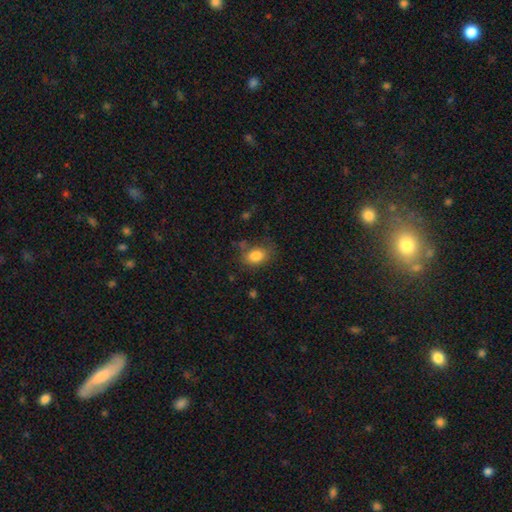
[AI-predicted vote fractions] Smooth or featured?
  - smooth: 83% *
  - star or artifact: 9%
  - featured or disk: 7%
How rounded?
  - in between: 74% *
  - round: 24%
  - cigar-shaped: 1%
Merging?
  - none: 69% *
  - minor disturbance: 20%
  - major disturbance: 7%
  - merger: 4%